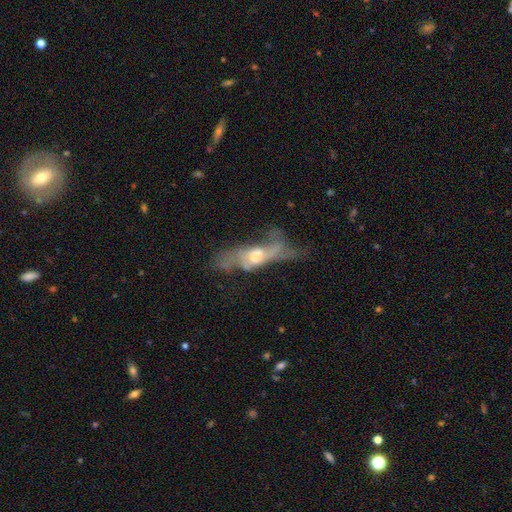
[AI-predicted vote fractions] featured or disk 69%, smooth 23%, star or artifact 9%. Down the decision tree: edge-on disk — no (73%); bar — no (61%); spiral arms — yes (63%); bulge size — moderate (59%); merging — major disturbance (41%).